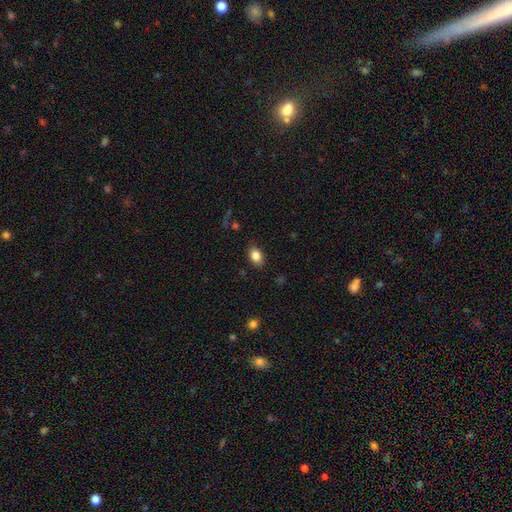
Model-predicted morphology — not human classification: A smooth galaxy with no disk features (84%) that is in between round and cigar-shaped (84%).

Vote fractions:
- Smooth or featured? smooth: 84% / star or artifact: 9% / featured or disk: 7%
- How rounded? in between: 84% / round: 14% / cigar-shaped: 2%
- Merging? none: 85% / minor disturbance: 11% / major disturbance: 3% / merger: 1%